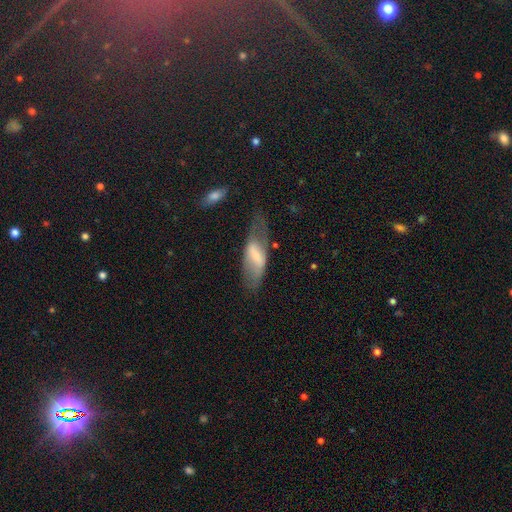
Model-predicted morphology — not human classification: Smooth or featured? featured or disk (52%)
Edge-on disk? no (76%)
Merging? none (52%)